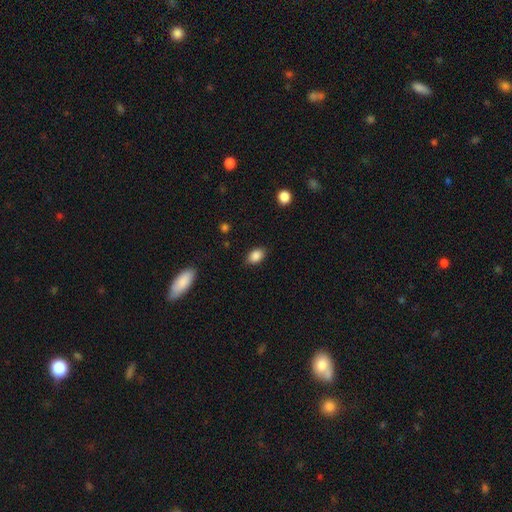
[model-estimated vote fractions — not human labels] smooth_or_featured: smooth (p=0.87) [alt: star or artifact p=0.08]
how_rounded: in between (p=0.83) [alt: round p=0.15]
merging: none (p=0.83) [alt: minor disturbance p=0.13]